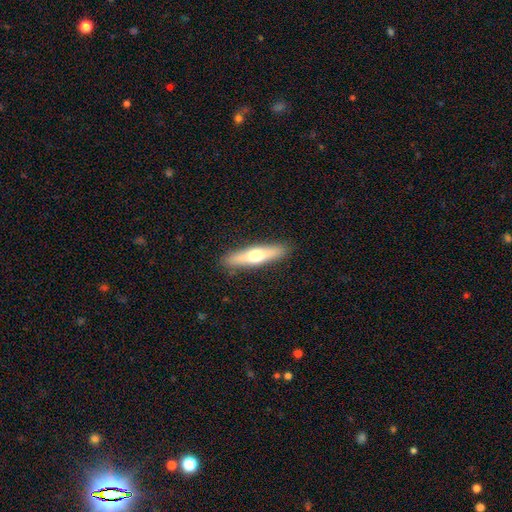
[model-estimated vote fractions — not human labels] Smooth or featured? Predicted: smooth (p=0.51). How rounded? Predicted: cigar-shaped (p=0.80). Merging? Predicted: none (p=0.89).